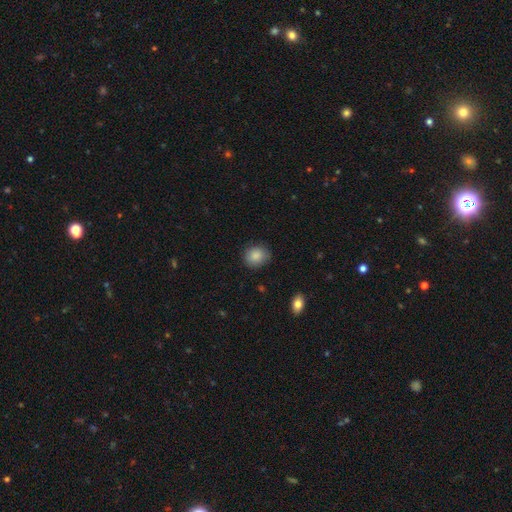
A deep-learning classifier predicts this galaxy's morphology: This appears to be a smooth galaxy with no disk features (87%) that is round (75%). Merging: none (82%).